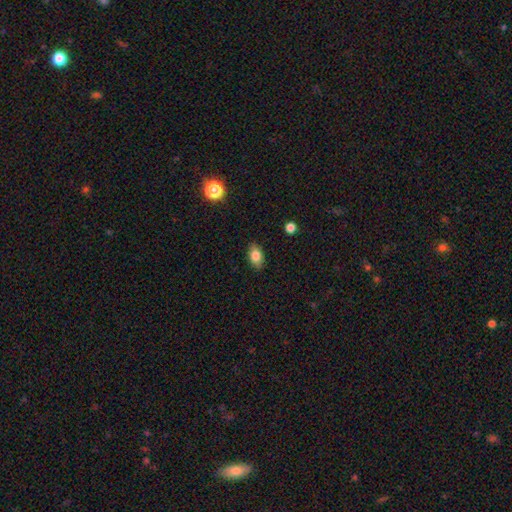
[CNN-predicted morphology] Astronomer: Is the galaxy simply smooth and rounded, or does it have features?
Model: smooth — 81%.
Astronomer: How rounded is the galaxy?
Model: in between — 87%.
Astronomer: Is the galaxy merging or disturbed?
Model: none — 87%.